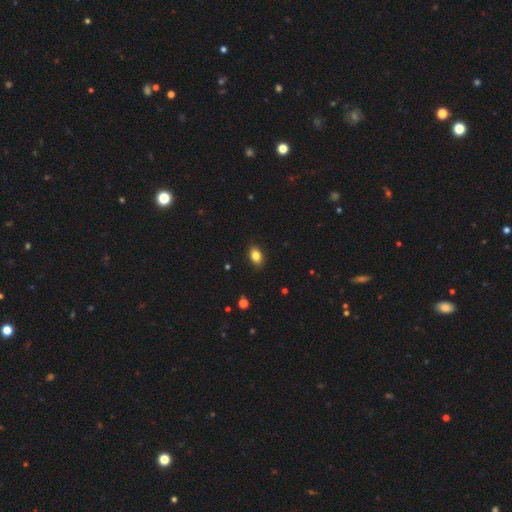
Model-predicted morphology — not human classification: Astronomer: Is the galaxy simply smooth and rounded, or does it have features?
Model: smooth — 84%.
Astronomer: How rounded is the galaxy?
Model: in between — 82%.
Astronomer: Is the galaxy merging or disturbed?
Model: none — 88%.